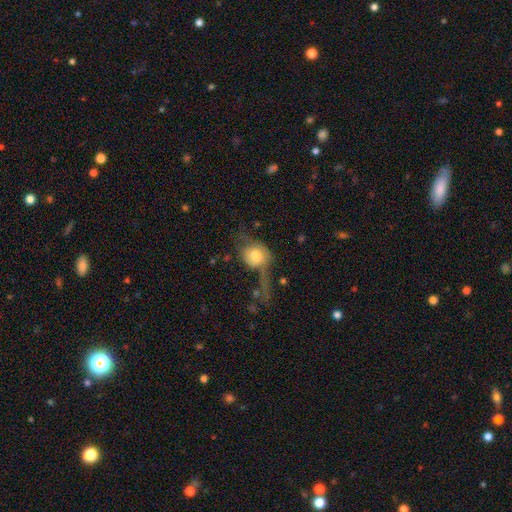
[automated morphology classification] smooth_or_featured: smooth (p=0.63) [alt: featured or disk p=0.29]
how_rounded: round (p=0.64) [alt: in between p=0.34]
merging: major disturbance (p=0.40) [alt: none p=0.29]